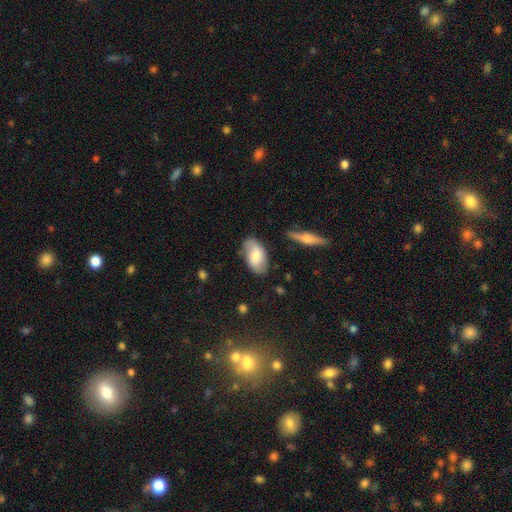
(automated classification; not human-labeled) Morphology: type=smooth (64%); roundness=in between (94%); merging=none (73%).